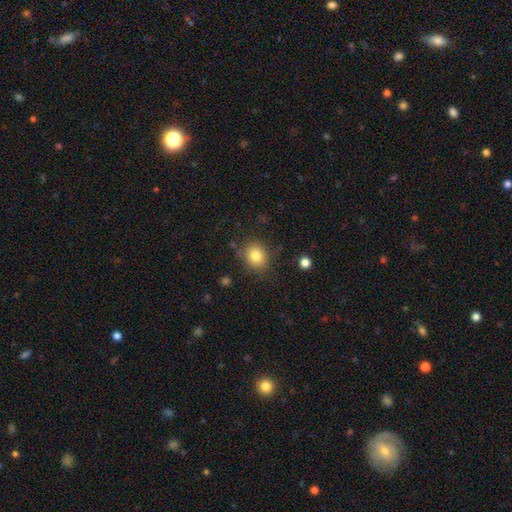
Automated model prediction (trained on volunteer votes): This appears to be a smooth galaxy with no disk features (82%) that is round (74%). Merging: none (84%).